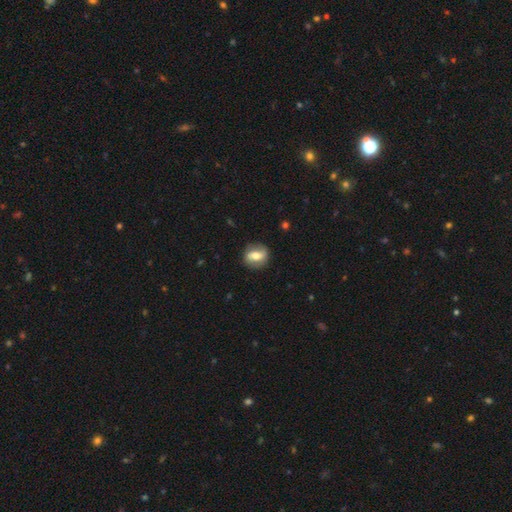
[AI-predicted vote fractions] Smooth or featured?
  - featured or disk: 49% *
  - smooth: 44%
  - star or artifact: 7%
Merging?
  - none: 81% *
  - minor disturbance: 13%
  - major disturbance: 4%
  - merger: 1%